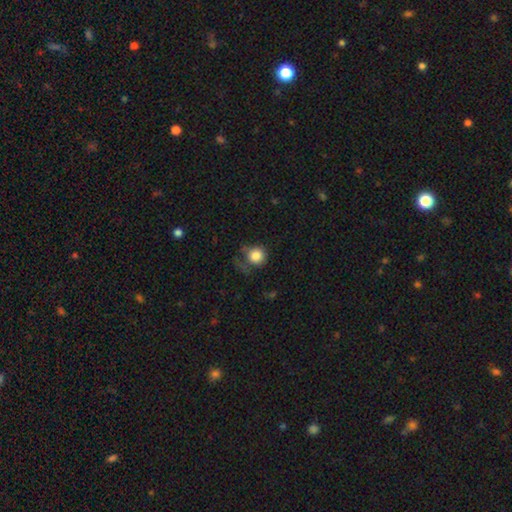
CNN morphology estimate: smooth 84%, star or artifact 9%, featured or disk 7%. Down the decision tree: how rounded — round (88%); merging — none (50%).